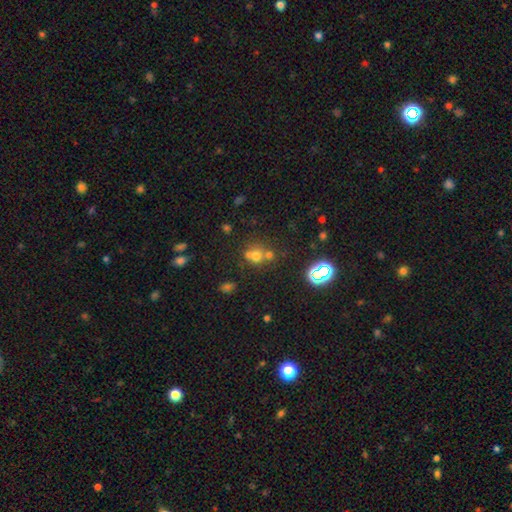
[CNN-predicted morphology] The model was most divided on "merging": none: 45%, merger: 41%, minor disturbance: 10%, major disturbance: 5%. More confident: how rounded — round (78%); smooth or featured — smooth (59%).